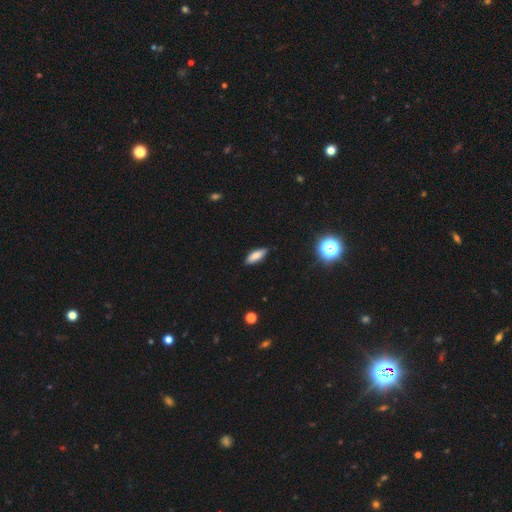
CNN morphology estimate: smooth-or-featured: smooth: 80% | featured or disk: 12% | star or artifact: 8%
  how-rounded: in between: 64% | cigar-shaped: 34% | round: 2%
  merging: none: 86% | minor disturbance: 11% | major disturbance: 2% | merger: 1%